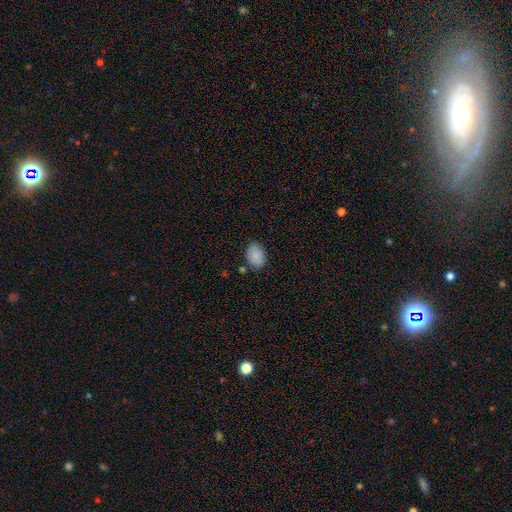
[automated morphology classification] Smooth or featured? smooth (87%)
How rounded? in between (78%)
Merging? none (78%)